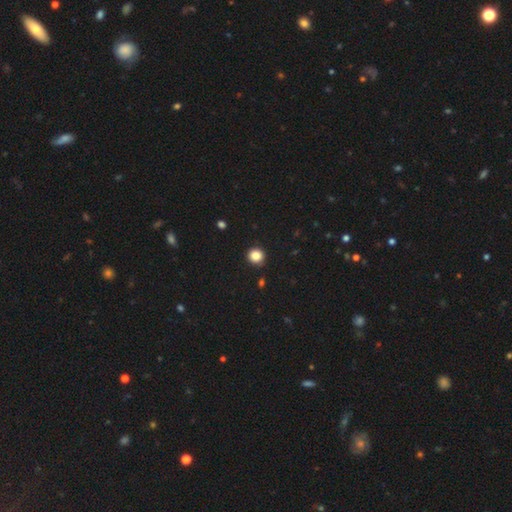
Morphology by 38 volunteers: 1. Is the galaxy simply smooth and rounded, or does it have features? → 87% smooth, 11% star or artifact, 3% featured or disk.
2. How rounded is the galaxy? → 91% round, 9% in between, 0% cigar-shaped.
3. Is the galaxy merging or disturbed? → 88% none, 9% minor disturbance, 3% merger, 0% major disturbance.